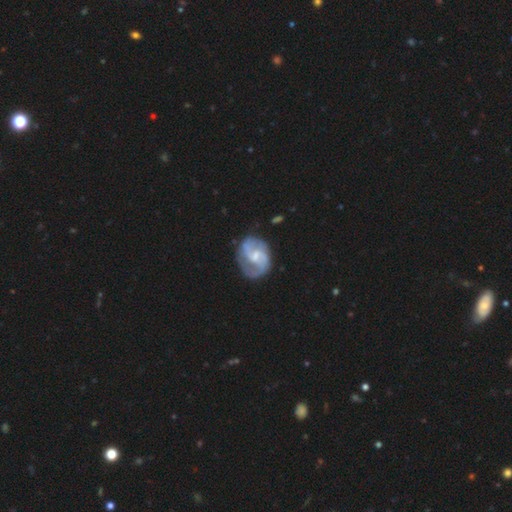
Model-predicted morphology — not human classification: smooth-or-featured: featured or disk: 79% | smooth: 16% | star or artifact: 5%
  disk-edge-on: no: 98% | yes: 2%
    bar: weak: 56% | no: 31% | strong: 14%
    has-spiral-arms: yes: 91% | no: 9%
      spiral-winding: medium: 49% | loose: 28% | tight: 23%
      spiral-arm-count: 2: 74% | can't tell: 13% | 3: 6% | 1: 5% | 4: 2% | more than 4: 2%
    bulge-size: small: 47% | moderate: 39% | none: 10% | large: 3% | dominant: 1%
  merging: none: 64% | minor disturbance: 22% | major disturbance: 12% | merger: 2%